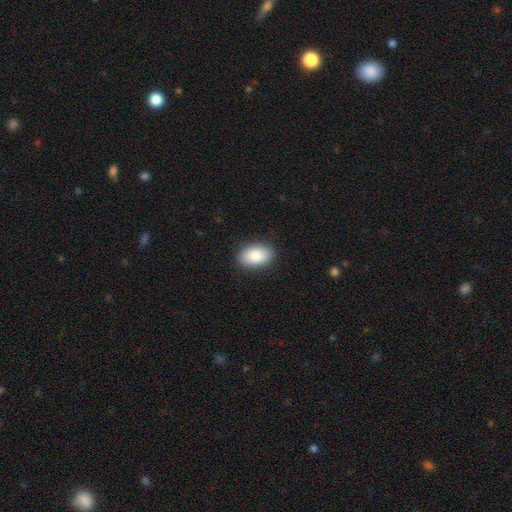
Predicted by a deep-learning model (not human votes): The model was most divided on "merging": none: 87%, minor disturbance: 9%, major disturbance: 2%, merger: 1%. More confident: how rounded — in between (91%); smooth or featured — smooth (87%).